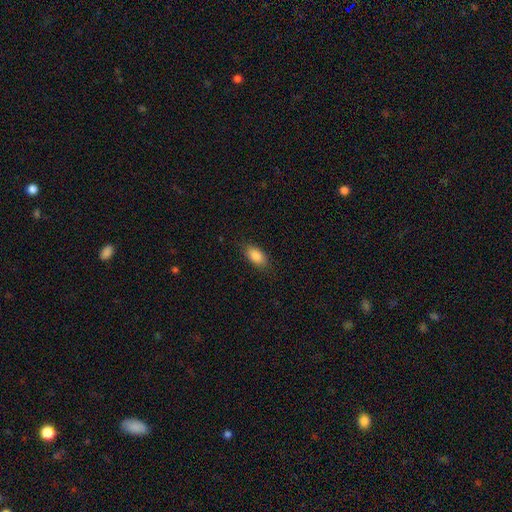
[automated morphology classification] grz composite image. It shows a smooth galaxy with no disk features (88%) that is in between round and cigar-shaped (91%). Merging: none (85%).